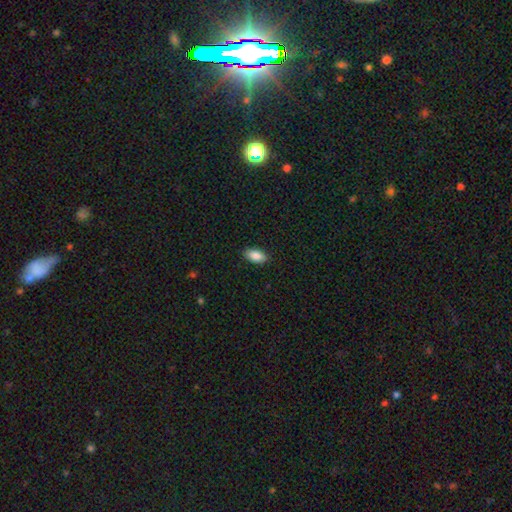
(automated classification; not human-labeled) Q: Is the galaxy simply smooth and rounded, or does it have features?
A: smooth — 89%.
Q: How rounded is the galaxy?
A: in between — 93%.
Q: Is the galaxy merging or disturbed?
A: none — 88%.